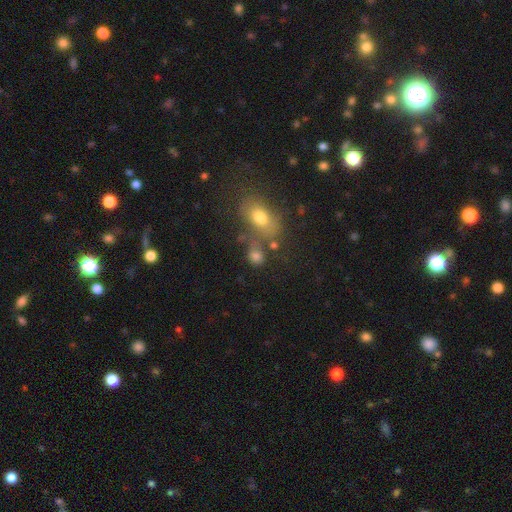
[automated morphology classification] Overall: smooth (72%). How rounded: in between (49%; round 48%). Merging: none (49%; merger 26%).